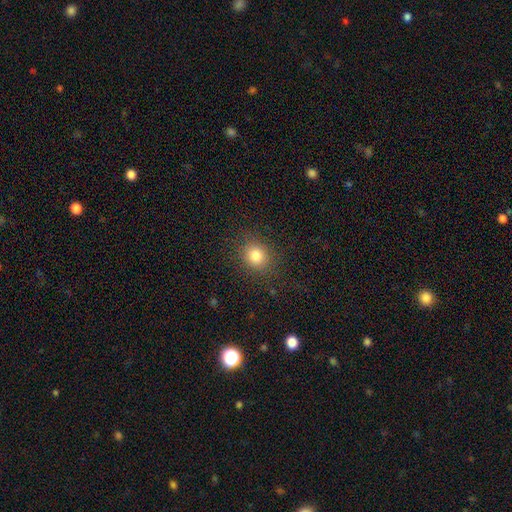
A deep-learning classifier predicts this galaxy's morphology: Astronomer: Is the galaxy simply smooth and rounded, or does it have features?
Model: smooth — 82%.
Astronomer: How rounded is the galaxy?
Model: round — 77%.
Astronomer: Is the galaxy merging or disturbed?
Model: none — 87%.